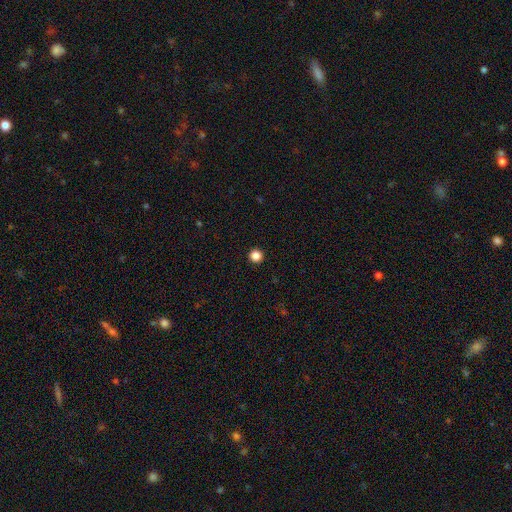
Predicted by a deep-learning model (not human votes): smooth 86%, star or artifact 12%, featured or disk 3%. Down the decision tree: how rounded — round (96%); merging — none (94%).